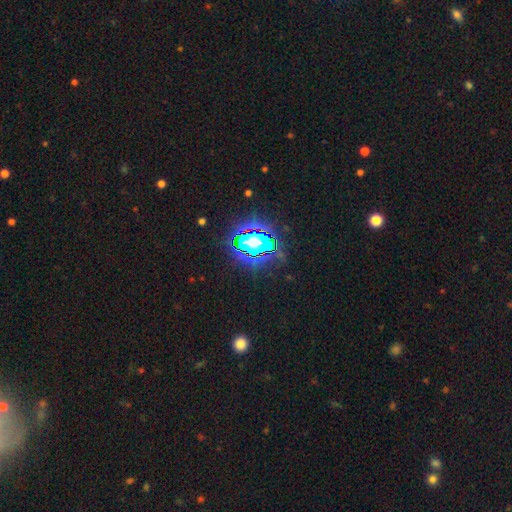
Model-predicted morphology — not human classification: This appears to be a star or artifact, not a galaxy (80%).